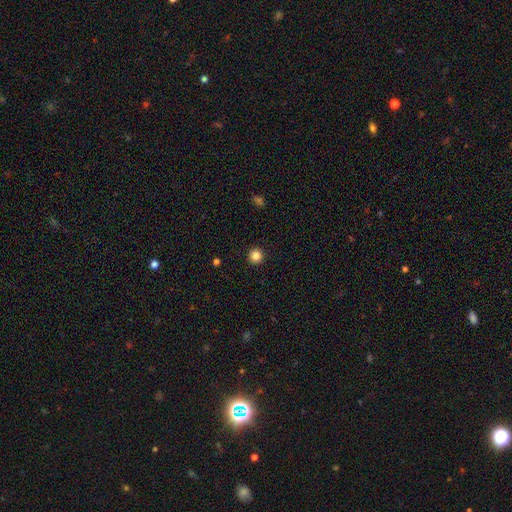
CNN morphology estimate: A smooth galaxy with no disk features (85%) that is round (96%). Merging: none (93%).